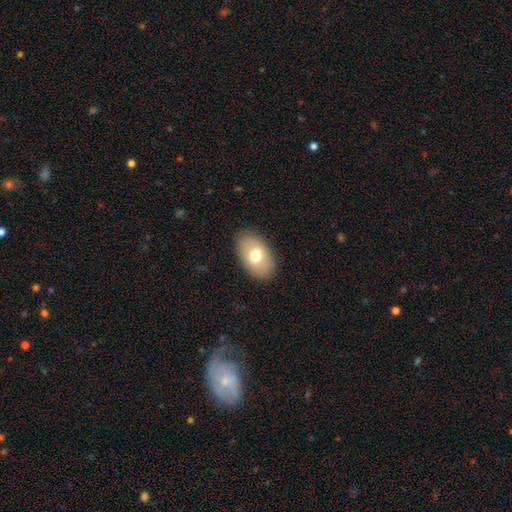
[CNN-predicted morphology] This is likely a smooth galaxy (71%). How rounded: clearly in between (91%). Merging: clearly none (86%).